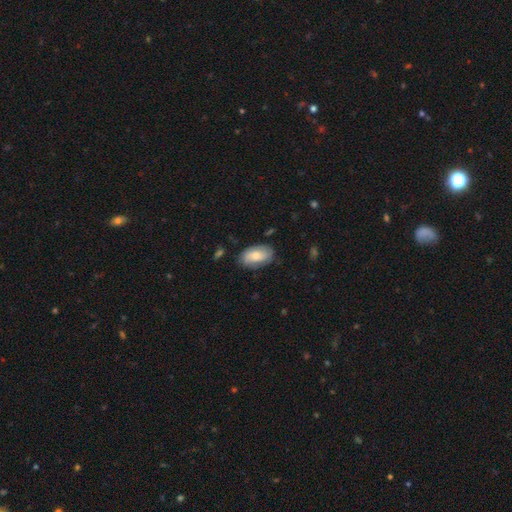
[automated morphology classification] A smooth galaxy with no disk features (65%) that is in between round and cigar-shaped (93%).

Vote fractions:
- Smooth or featured? smooth: 65% / featured or disk: 28% / star or artifact: 6%
- How rounded? in between: 93% / round: 5% / cigar-shaped: 2%
- Merging? none: 73% / minor disturbance: 20% / major disturbance: 4% / merger: 2%